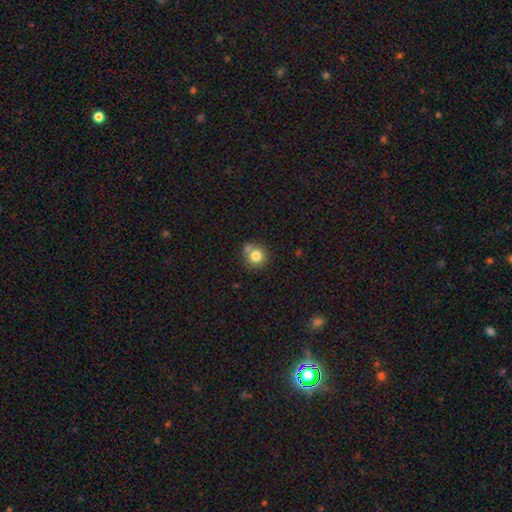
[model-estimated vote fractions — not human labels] smooth-or-featured: smooth: 79% | featured or disk: 10% | star or artifact: 10%
  how-rounded: round: 89% | in between: 10% | cigar-shaped: 1%
  merging: none: 61% | merger: 23% | minor disturbance: 12% | major disturbance: 4%